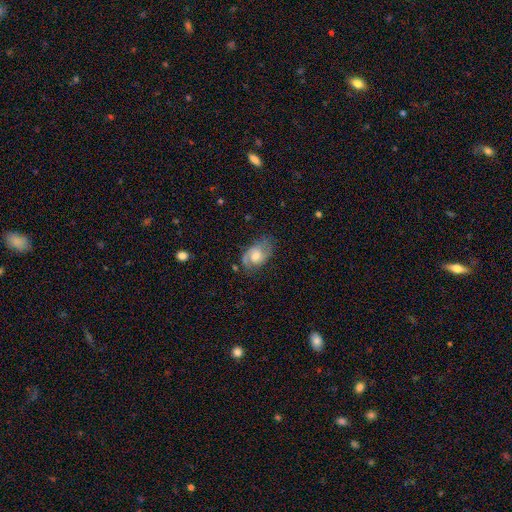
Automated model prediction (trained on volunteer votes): Smooth or featured? featured or disk (62%)
Edge-on disk? no (96%)
Bar? no (63%)
Spiral arms? yes (87%)
Spiral winding? medium (46%)
Spiral arm count? 2 (72%)
Bulge size? moderate (61%)
Merging? none (60%)